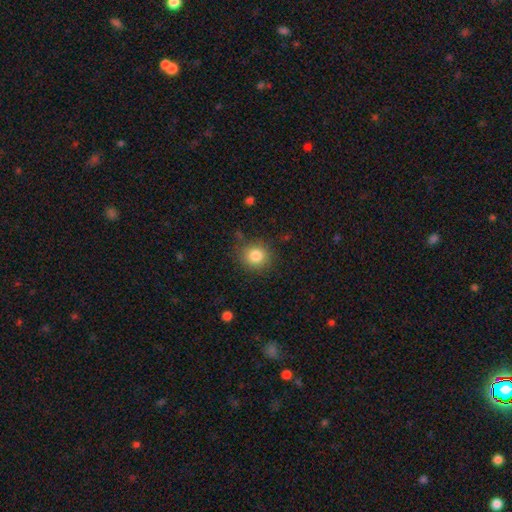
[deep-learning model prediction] Smooth or featured? Predicted: smooth (p=0.83). How rounded? Predicted: round (p=0.86). Merging? Predicted: none (p=0.84).